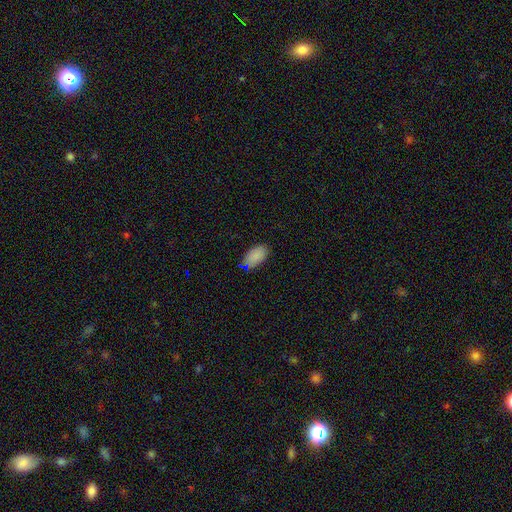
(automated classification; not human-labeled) smooth_or_featured: smooth (p=0.86) [alt: star or artifact p=0.09]
how_rounded: in between (p=0.94) [alt: round p=0.04]
merging: none (p=0.77) [alt: minor disturbance p=0.16]